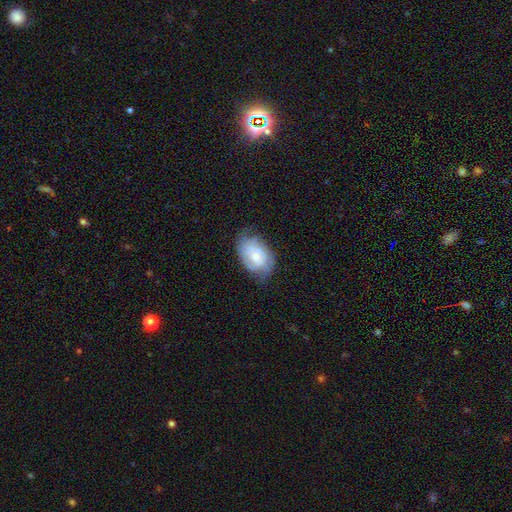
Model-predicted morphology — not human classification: type=featured or disk (54%); edge-on=no (96%); bar=no (74%); spiral arms=yes (69%); bulge=small (48%); merging=none (56%).